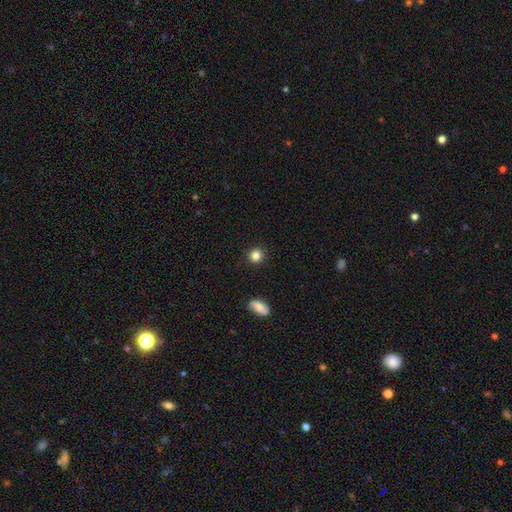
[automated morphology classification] Smooth or featured: smooth — 84% (star or artifact — 11%)
How rounded: round — 91% (in between — 8%)
Merging: none — 91% (minor disturbance — 6%)